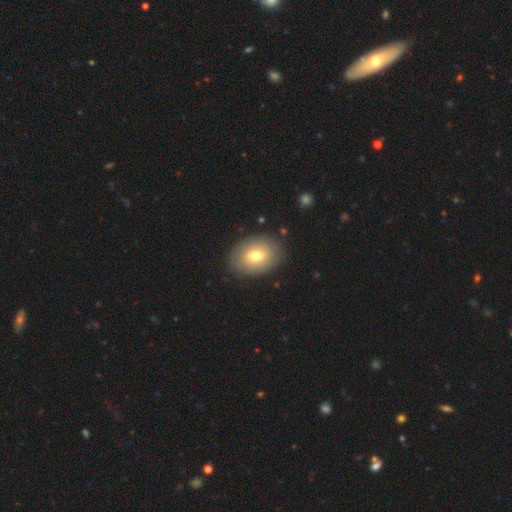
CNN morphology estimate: Overall: smooth (69%). How rounded: in between (70%). Merging: none (85%).